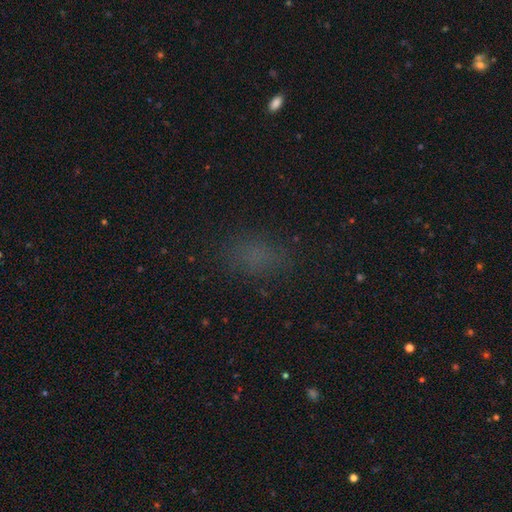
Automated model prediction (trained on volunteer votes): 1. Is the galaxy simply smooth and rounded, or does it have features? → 68% smooth, 24% star or artifact, 8% featured or disk.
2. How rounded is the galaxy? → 76% in between, 19% round, 5% cigar-shaped.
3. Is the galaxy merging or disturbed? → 79% none, 14% minor disturbance, 6% major disturbance, 1% merger.